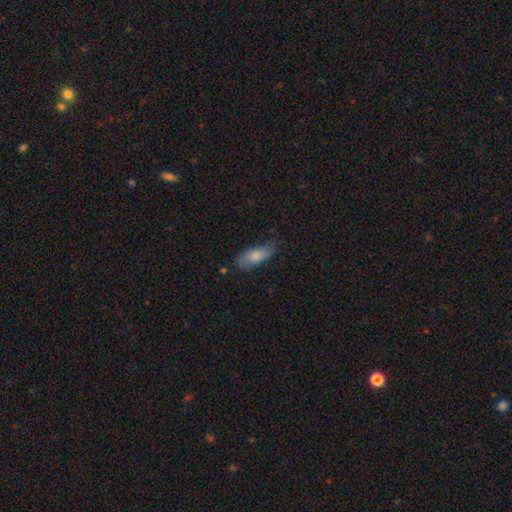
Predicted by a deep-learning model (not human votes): smooth_or_featured: smooth (p=0.76) [alt: featured or disk p=0.18]
how_rounded: in between (p=0.79) [alt: cigar-shaped p=0.18]
merging: none (p=0.64) [alt: minor disturbance p=0.27]